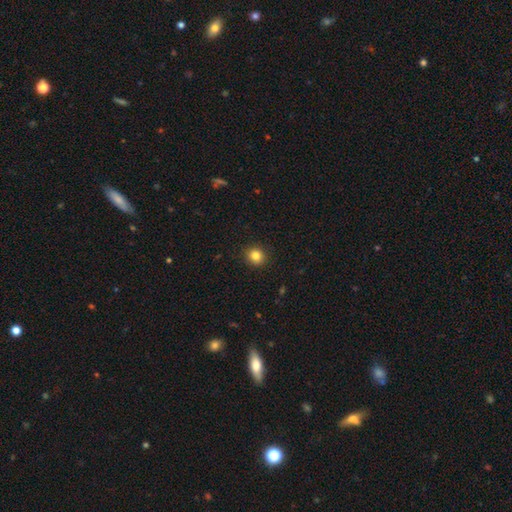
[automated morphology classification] This is clearly a smooth galaxy (83%). How rounded: clearly round (89%). Merging: clearly none (92%).